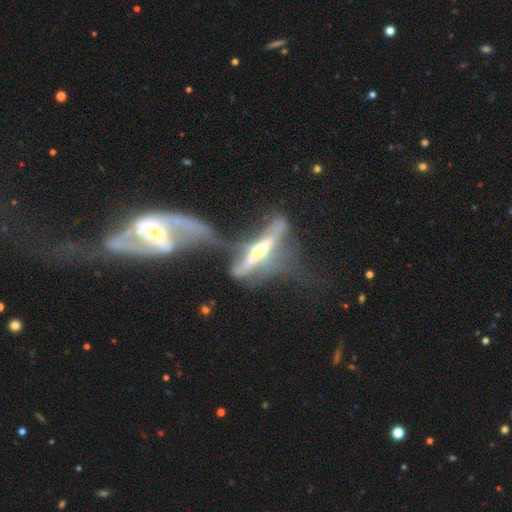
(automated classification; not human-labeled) Smooth or featured?
  - featured or disk: 75% *
  - smooth: 17%
  - star or artifact: 8%
Edge-on disk?
  - yes: 68% *
  - no: 32%
Edge-on bulge?
  - rounded: 66% *
  - none: 18%
  - boxy: 16%
Merging?
  - merger: 59% *
  - major disturbance: 18%
  - none: 14%
  - minor disturbance: 9%